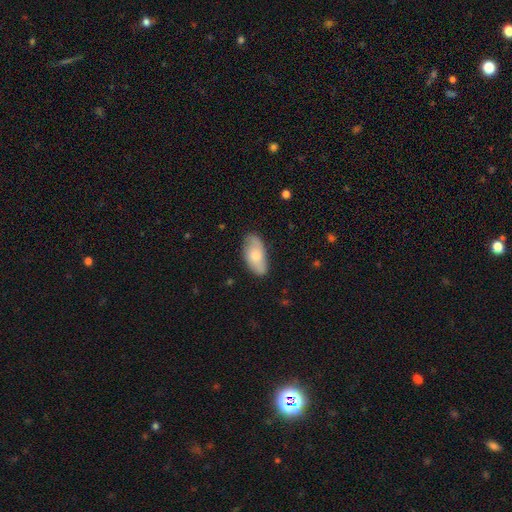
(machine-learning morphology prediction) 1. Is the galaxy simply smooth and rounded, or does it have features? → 62% smooth, 33% featured or disk, 6% star or artifact.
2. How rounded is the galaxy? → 92% in between, 5% cigar-shaped, 3% round.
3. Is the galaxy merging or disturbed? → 76% none, 19% minor disturbance, 4% major disturbance, 1% merger.